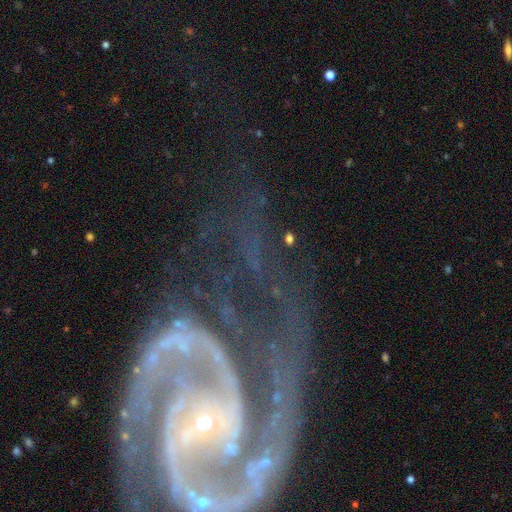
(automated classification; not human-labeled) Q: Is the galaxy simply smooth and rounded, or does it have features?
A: featured or disk — 91%.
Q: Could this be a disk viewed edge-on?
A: no — 98%.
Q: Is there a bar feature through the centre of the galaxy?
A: no — 40%.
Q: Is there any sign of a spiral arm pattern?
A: yes — 97%.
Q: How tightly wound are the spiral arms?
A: medium — 54%.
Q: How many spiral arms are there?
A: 2 — 84%.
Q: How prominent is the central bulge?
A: small — 87%.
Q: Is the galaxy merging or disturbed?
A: none — 52%.